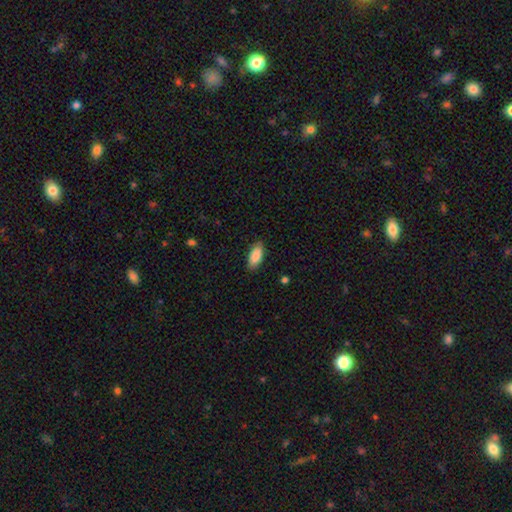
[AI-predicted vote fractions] A smooth galaxy with no disk features (88%) that is in between round and cigar-shaped (88%).

Vote fractions:
- Smooth or featured? smooth: 88% / star or artifact: 6% / featured or disk: 6%
- How rounded? in between: 88% / cigar-shaped: 10% / round: 2%
- Merging? none: 86% / minor disturbance: 11% / major disturbance: 2% / merger: 1%